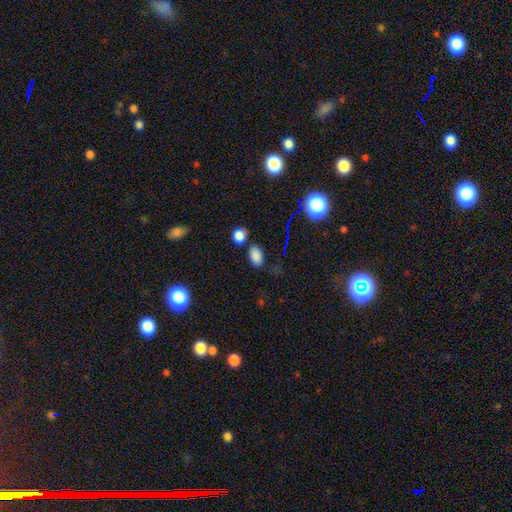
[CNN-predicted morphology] This is clearly a smooth galaxy (81%). How rounded: clearly in between (85%). Merging: likely none (75%).